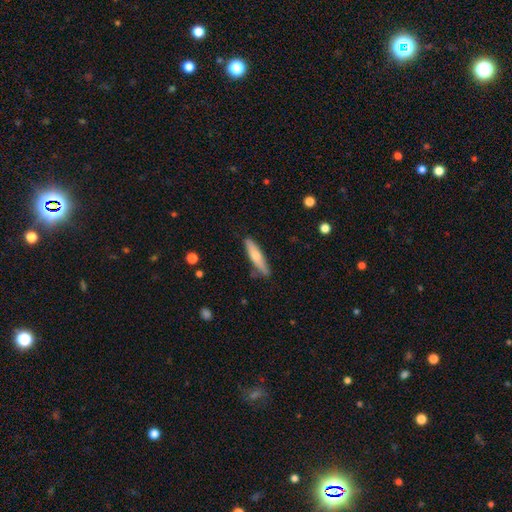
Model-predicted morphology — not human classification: smooth_or_featured: smooth (p=0.63) [alt: featured or disk p=0.32]
how_rounded: cigar-shaped (p=0.80) [alt: in between p=0.18]
merging: none (p=0.80) [alt: minor disturbance p=0.15]